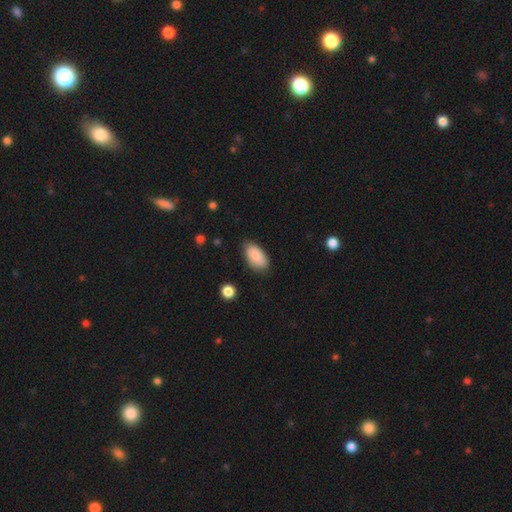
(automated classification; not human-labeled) The model was most divided on "merging": none: 82%, minor disturbance: 14%, major disturbance: 3%, merger: 1%. More confident: how rounded — in between (93%); smooth or featured — smooth (88%).